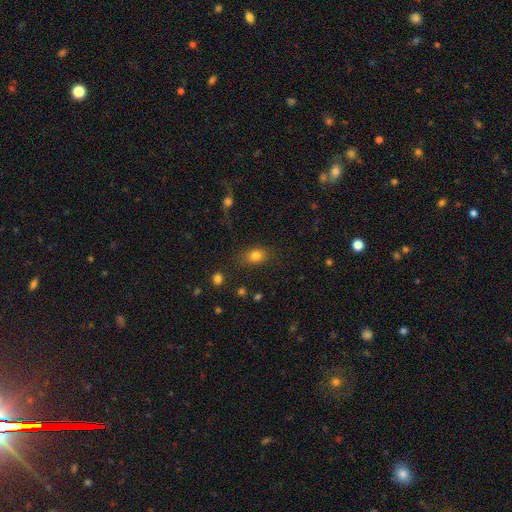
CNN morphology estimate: smooth_or_featured: smooth (p=0.79) [alt: star or artifact p=0.12]
how_rounded: in between (p=0.68) [alt: round p=0.30]
merging: none (p=0.78) [alt: minor disturbance p=0.14]